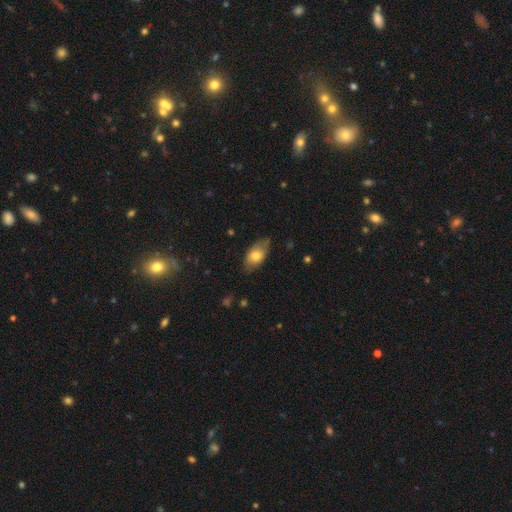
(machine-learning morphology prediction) This is likely a smooth galaxy (70%). How rounded: clearly in between (91%). Merging: likely none (73%).